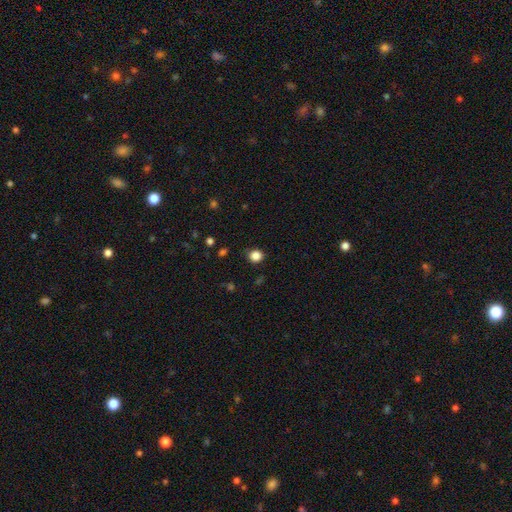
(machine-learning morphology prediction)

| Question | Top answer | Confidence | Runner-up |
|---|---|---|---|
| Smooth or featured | smooth | 85% | star or artifact (12%) |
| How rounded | round | 82% | in between (17%) |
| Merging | none | 85% | minor disturbance (11%) |